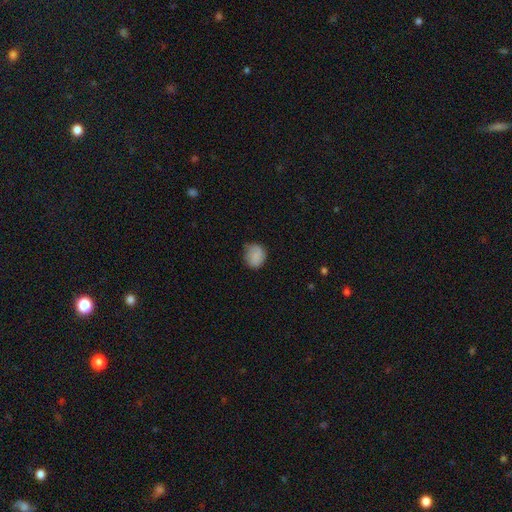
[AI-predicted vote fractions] A smooth galaxy with no disk features (83%) that is round (71%). Merging: none (66%).